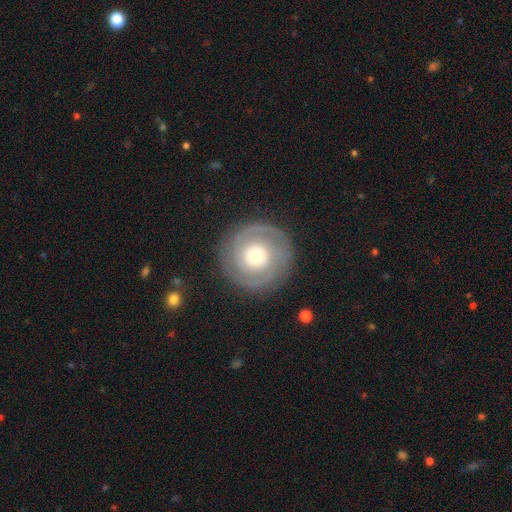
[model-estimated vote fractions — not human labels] Smooth or featured? featured or disk (72%)
Edge-on disk? no (97%)
Bar? no (81%)
Spiral arms? yes (83%)
Spiral winding? tight (71%)
Spiral arm count? 2 (58%)
Bulge size? moderate (46%)
Merging? none (87%)